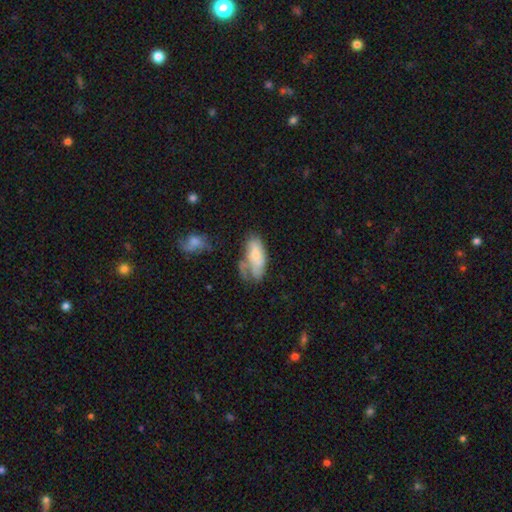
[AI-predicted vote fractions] smooth_or_featured: smooth (p=0.61) [alt: featured or disk p=0.32]
how_rounded: in between (p=0.86) [alt: cigar-shaped p=0.11]
merging: none (p=0.36) [alt: minor disturbance p=0.29]